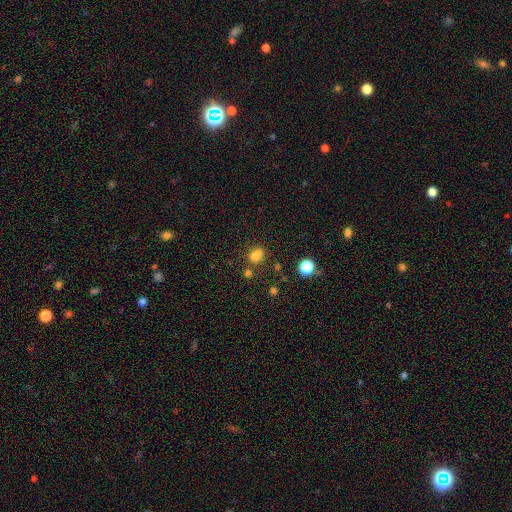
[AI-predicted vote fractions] The model was most divided on "how rounded": round: 51%, in between: 48%, cigar-shaped: 2%. More confident: smooth or featured — smooth (75%); merging — none (53%).